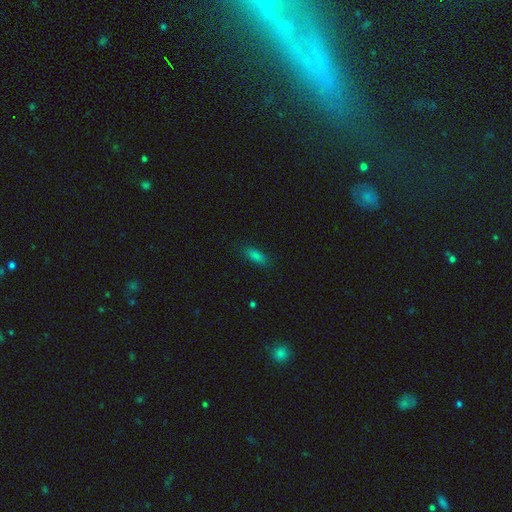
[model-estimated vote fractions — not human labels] smooth_or_featured: smooth (p=0.76) [alt: star or artifact p=0.16]
how_rounded: in between (p=0.67) [alt: cigar-shaped p=0.29]
merging: none (p=0.86) [alt: minor disturbance p=0.10]